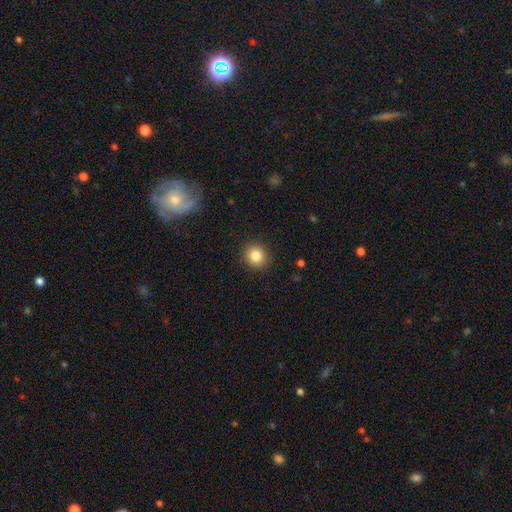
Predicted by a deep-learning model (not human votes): A smooth galaxy with no disk features (84%) that is round (81%). Merging: none (91%).